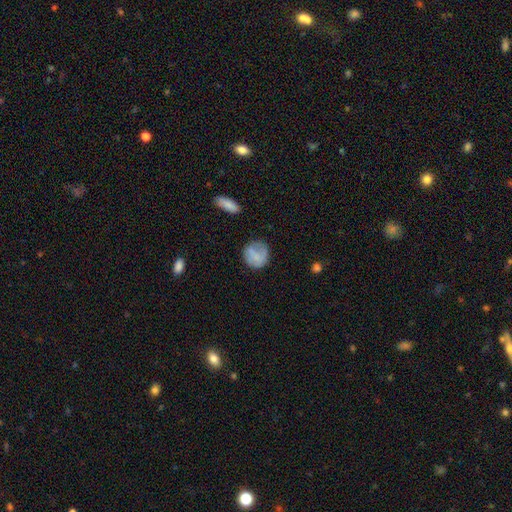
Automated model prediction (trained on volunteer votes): A smooth galaxy with no disk features (70%) that is round (84%). Merging: none (67%).